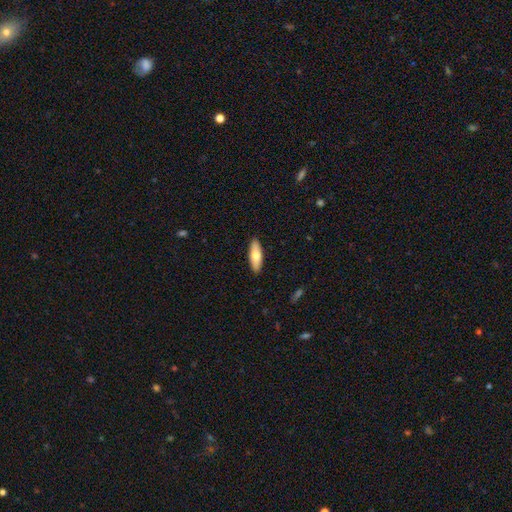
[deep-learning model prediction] Morphology: type=smooth (69%); roundness=in between (60%); merging=none (90%).